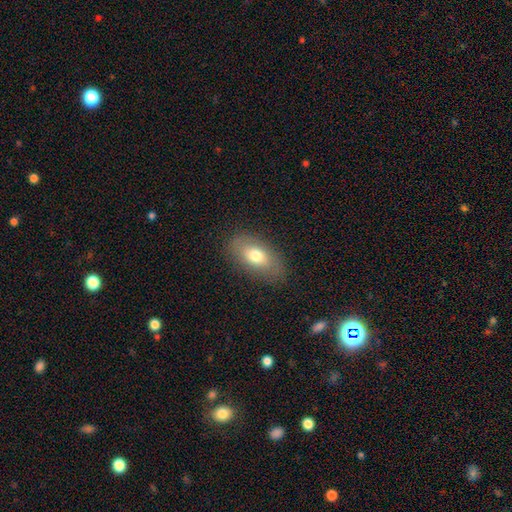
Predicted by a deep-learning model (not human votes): Overall: smooth (70%). How rounded: in between (90%). Merging: none (82%).